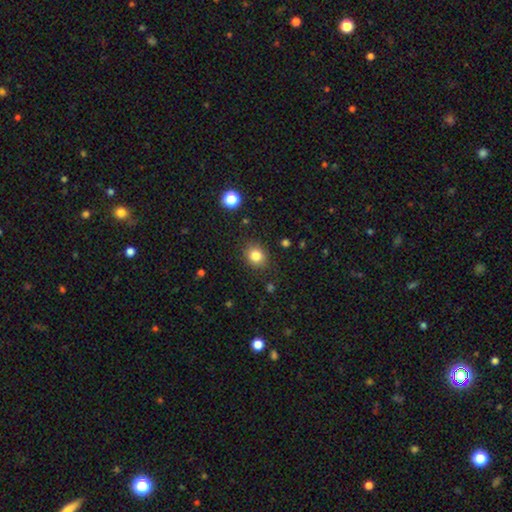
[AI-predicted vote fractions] smooth 83%, star or artifact 11%, featured or disk 6%. Down the decision tree: how rounded — round (69%); merging — none (87%).